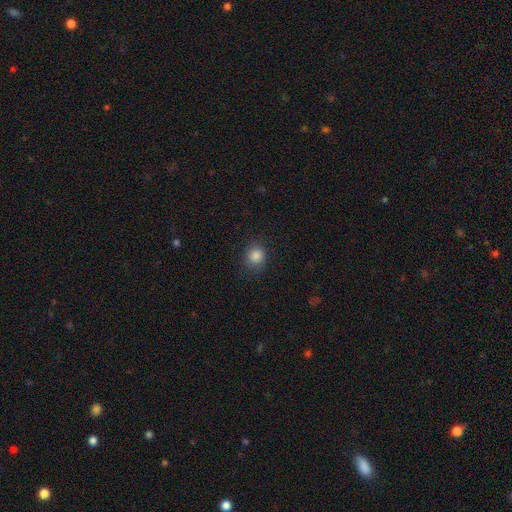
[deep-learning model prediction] Morphology: type=smooth (85%); roundness=round (79%); merging=none (80%).